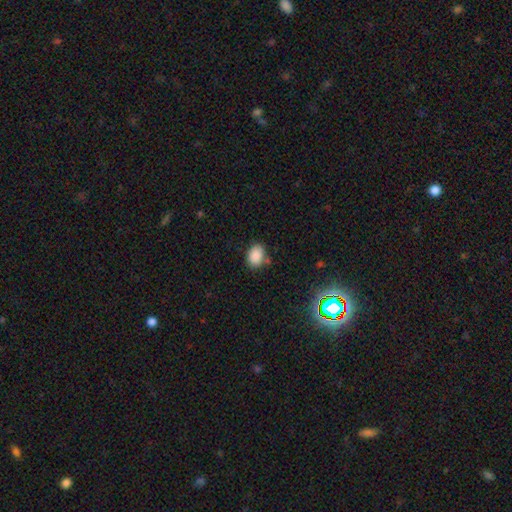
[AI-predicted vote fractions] Smooth or featured?
  - smooth: 87% *
  - star or artifact: 9%
  - featured or disk: 4%
How rounded?
  - in between: 75% *
  - round: 24%
  - cigar-shaped: 1%
Merging?
  - none: 76% *
  - minor disturbance: 15%
  - merger: 5%
  - major disturbance: 4%